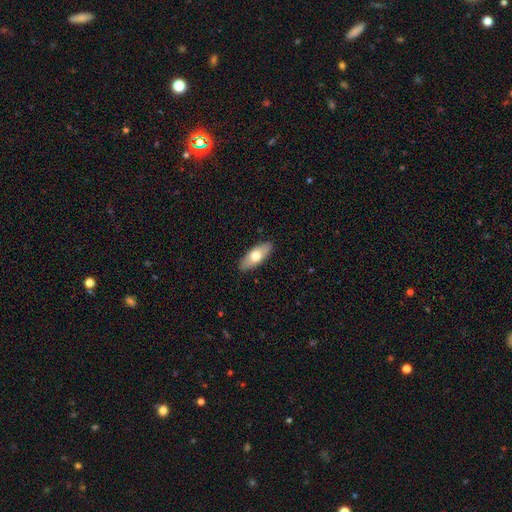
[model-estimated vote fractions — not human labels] Overall: smooth (67%; featured or disk 28%). How rounded: in between (80%). Merging: none (89%).